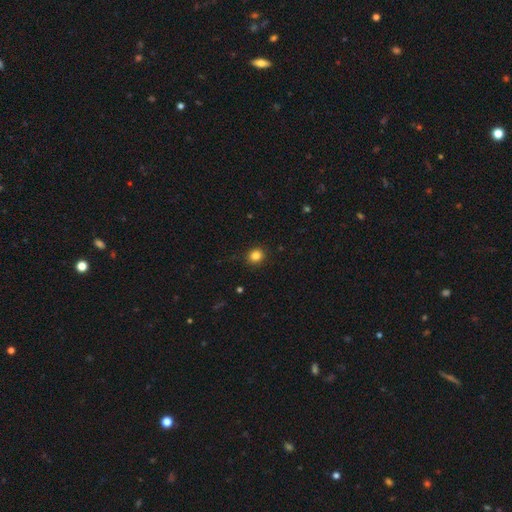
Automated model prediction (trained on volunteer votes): A smooth galaxy with no disk features (84%) that is round (85%).

Vote fractions:
- Smooth or featured? smooth: 84% / star or artifact: 12% / featured or disk: 4%
- How rounded? round: 85% / in between: 15% / cigar-shaped: 1%
- Merging? none: 91% / minor disturbance: 6% / major disturbance: 2% / merger: 1%